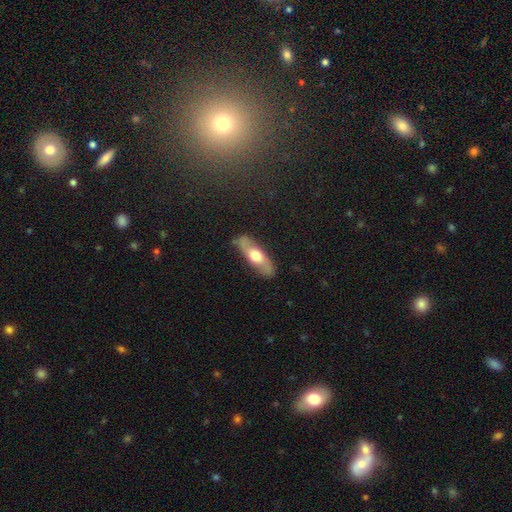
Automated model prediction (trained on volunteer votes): A smooth galaxy with no disk features (49%). Merging: none (82%).